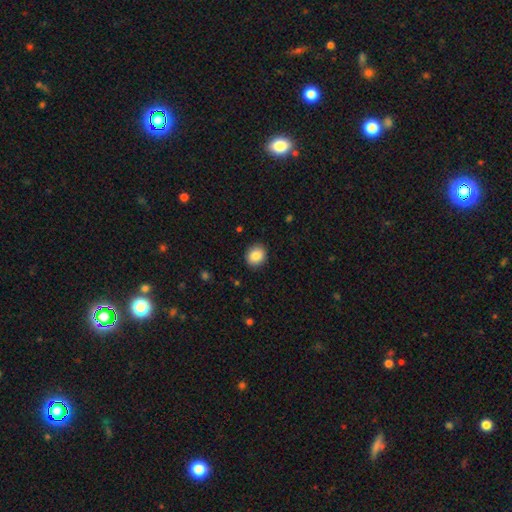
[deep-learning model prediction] Overall: smooth (87%). How rounded: round (66%; in between 33%). Merging: none (90%).